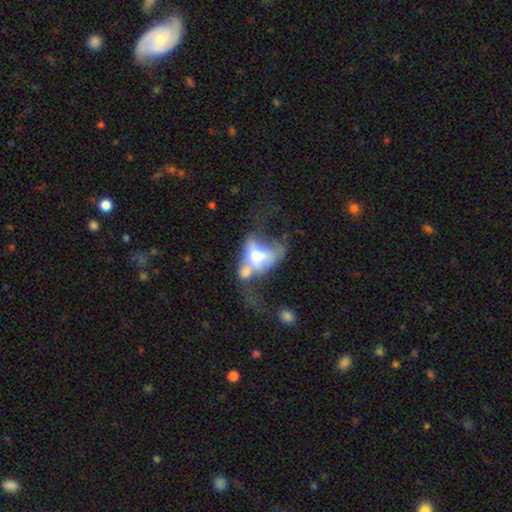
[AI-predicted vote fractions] Smooth or featured?
  - featured or disk: 47% *
  - smooth: 44%
  - star or artifact: 9%
Merging?
  - merger: 47% *
  - major disturbance: 33%
  - none: 10%
  - minor disturbance: 9%